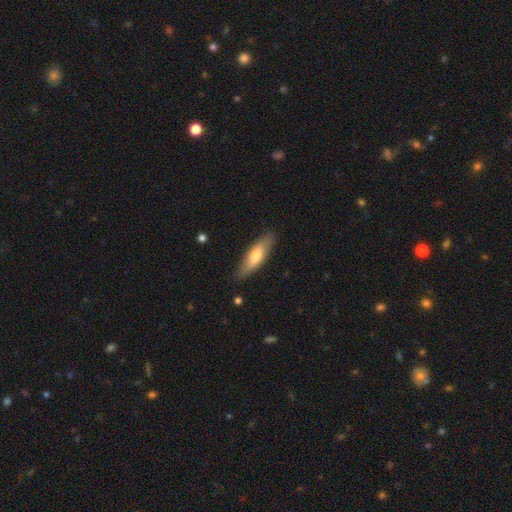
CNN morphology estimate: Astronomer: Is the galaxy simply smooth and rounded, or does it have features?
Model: smooth — 68%.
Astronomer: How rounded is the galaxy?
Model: cigar-shaped — 50% (runner-up: in between, 48%).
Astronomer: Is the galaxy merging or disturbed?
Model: none — 84%.